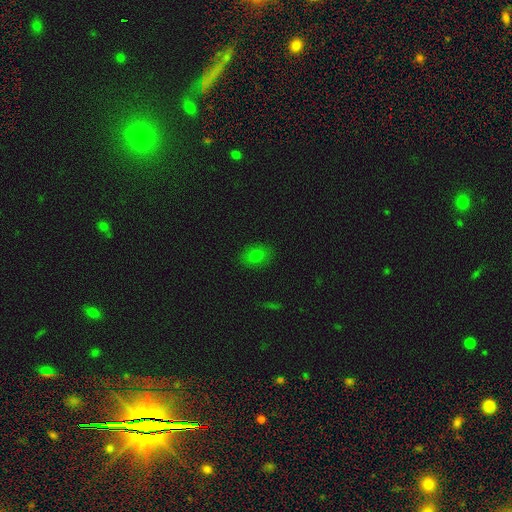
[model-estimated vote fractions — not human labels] Smooth or featured? smooth (73%)
How rounded? in between (62%)
Merging? none (84%)